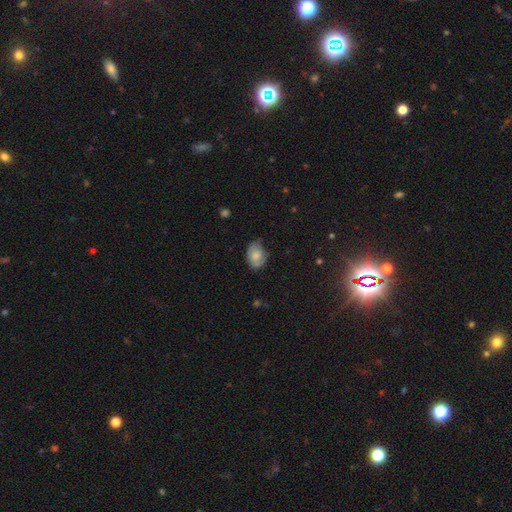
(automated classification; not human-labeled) smooth_or_featured: smooth (p=0.70) [alt: featured or disk p=0.22]
how_rounded: in between (p=0.77) [alt: round p=0.22]
merging: none (p=0.52) [alt: minor disturbance p=0.36]